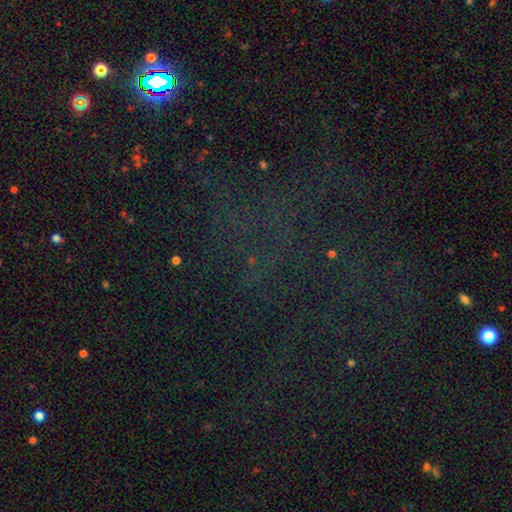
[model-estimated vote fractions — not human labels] Smooth or featured: star or artifact — 75% (smooth — 14%)